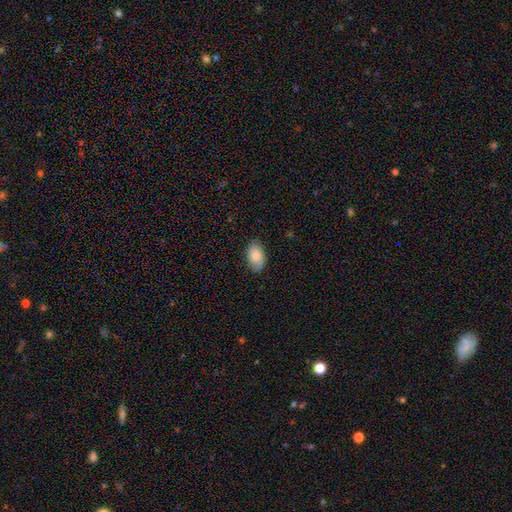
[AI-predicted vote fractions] Smooth or featured: smooth — 81% (featured or disk — 12%)
How rounded: in between — 94% (round — 5%)
Merging: none — 82% (minor disturbance — 14%)